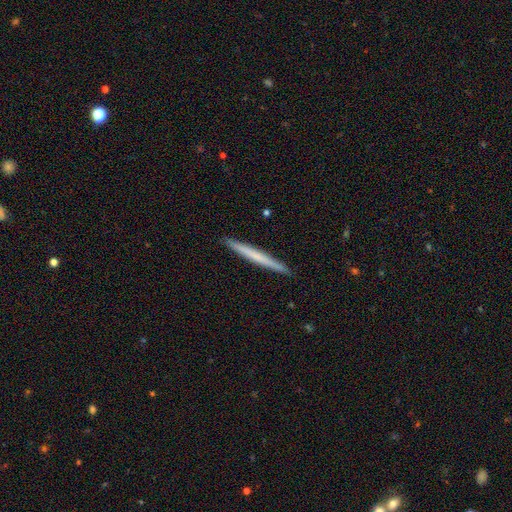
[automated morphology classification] This is possibly a smooth galaxy (55%). How rounded: clearly cigar-shaped (97%). Merging: clearly none (92%).